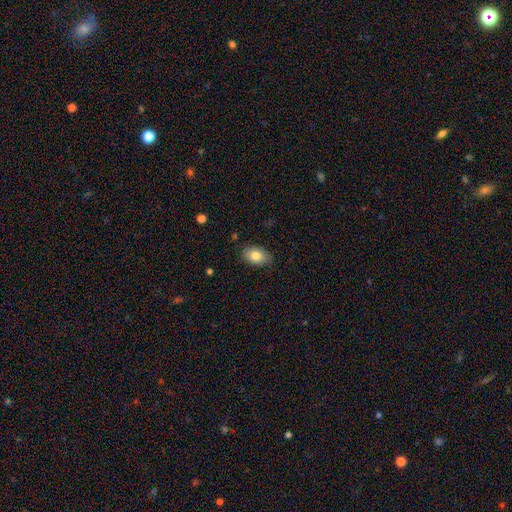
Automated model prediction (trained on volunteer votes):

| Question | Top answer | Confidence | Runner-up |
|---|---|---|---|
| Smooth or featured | smooth | 82% | featured or disk (11%) |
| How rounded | in between | 86% | round (12%) |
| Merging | none | 85% | minor disturbance (12%) |